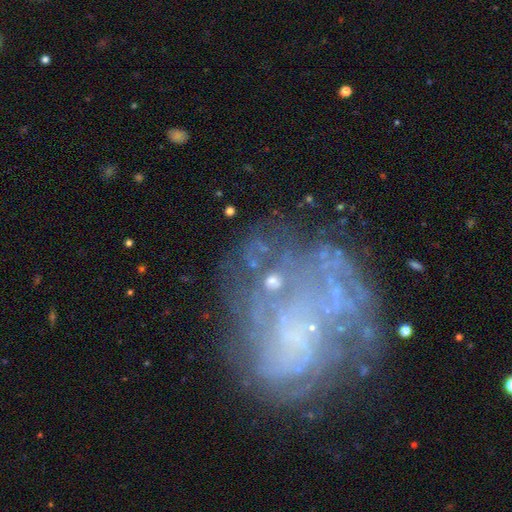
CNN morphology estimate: smooth_or_featured: featured or disk (p=0.68) [alt: star or artifact p=0.17]
disk_edge_on: no (p=0.97) [alt: yes p=0.03]
bar: no (p=0.81) [alt: weak p=0.14]
has_spiral_arms: yes (p=0.62) [alt: no p=0.38]
bulge_size: none (p=0.52) [alt: small p=0.34]
merging: none (p=0.51) [alt: major disturbance p=0.23]